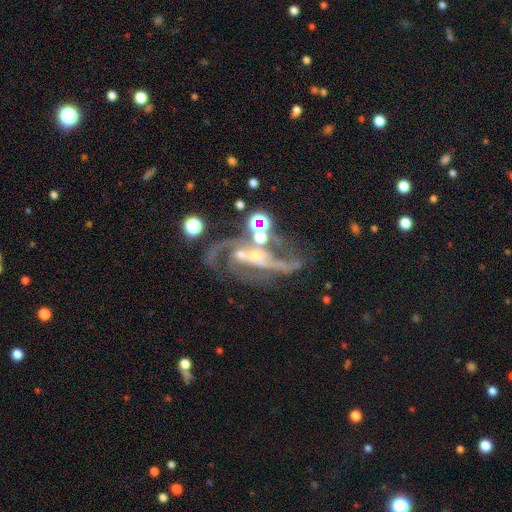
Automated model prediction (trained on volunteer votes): This is clearly a featured or disk galaxy (83%). It is clearly not viewed edge-on (96%). Bar: marginally no (38%). Spiral arm pattern: clearly yes (95%). Spiral arm count: possibly 2 (57%). Spiral winding: possibly medium (51%). Central bulge: likely small (65%). Merging: marginally none (40%).